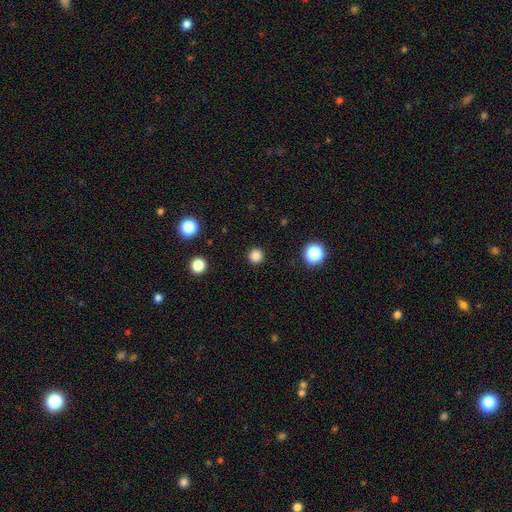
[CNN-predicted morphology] A smooth galaxy with no disk features (83%) that is round (96%). Merging: none (92%).